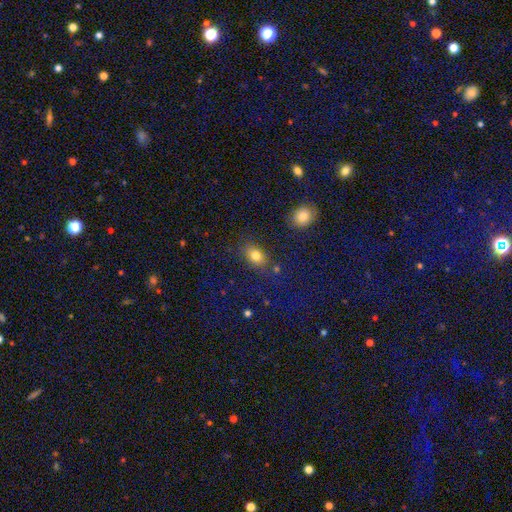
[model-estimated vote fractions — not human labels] smooth 79%, star or artifact 13%, featured or disk 8%. Down the decision tree: how rounded — in between (70%); merging — none (76%).